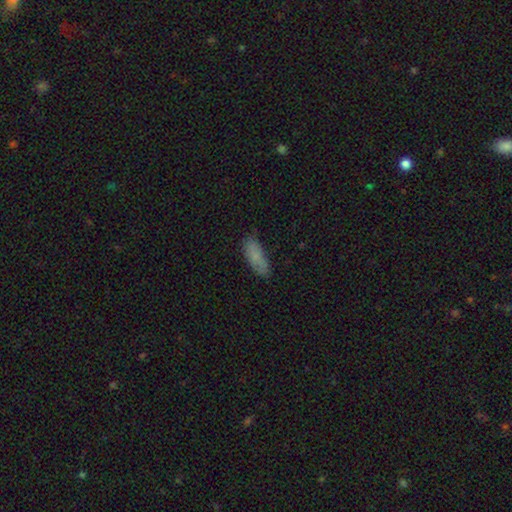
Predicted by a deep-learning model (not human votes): The model was most divided on "how rounded": in between: 69%, cigar-shaped: 29%, round: 2%. More confident: smooth or featured — smooth (82%); merging — none (76%).